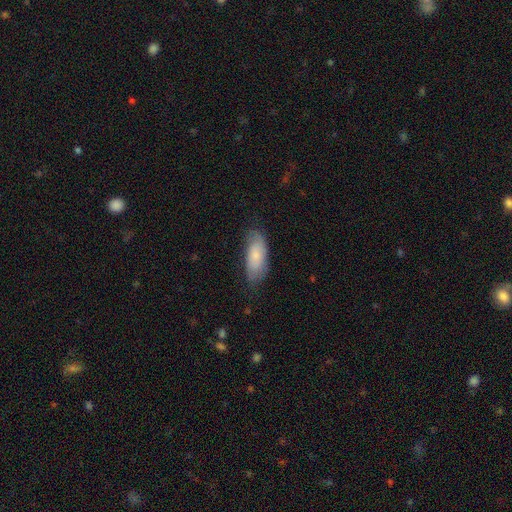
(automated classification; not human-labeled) This is likely a smooth galaxy (76%). How rounded: likely in between (80%). Merging: likely none (69%).